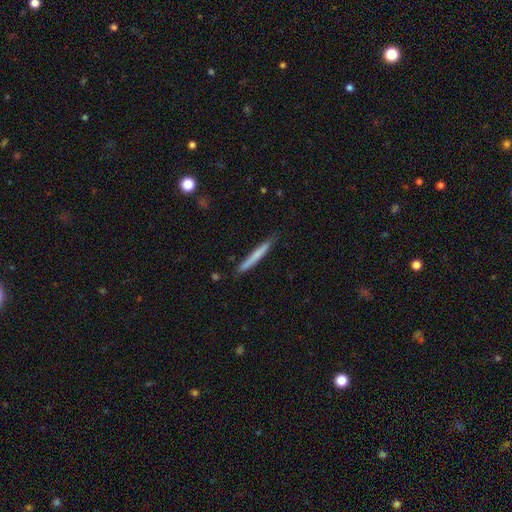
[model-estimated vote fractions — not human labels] smooth 68%, featured or disk 26%, star or artifact 6%. Down the decision tree: how rounded — cigar-shaped (97%); merging — none (86%).